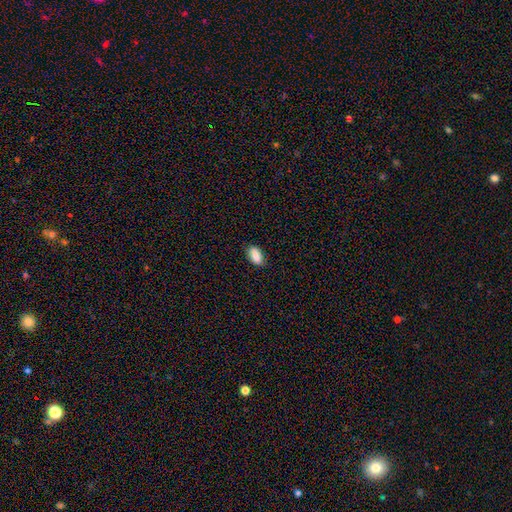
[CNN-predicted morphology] This is clearly a smooth galaxy (86%). How rounded: clearly in between (88%). Merging: clearly none (84%).